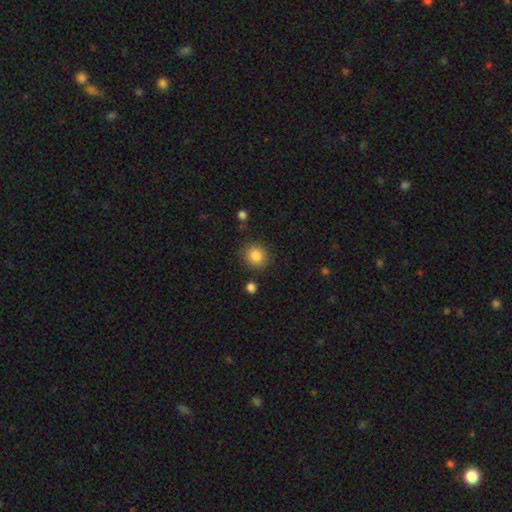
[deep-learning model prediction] Overall: smooth (86%). How rounded: round (85%). Merging: none (84%).